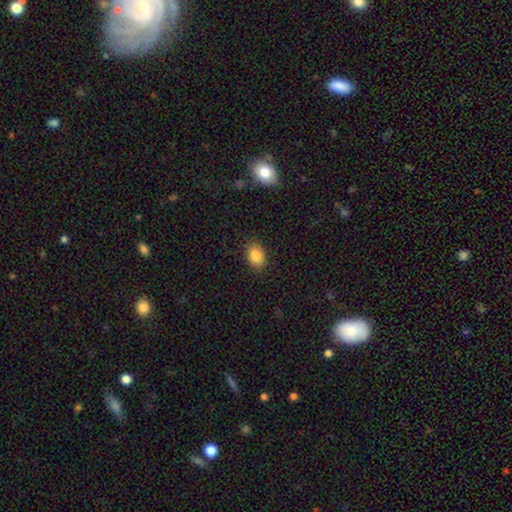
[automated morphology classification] Smooth or featured? Predicted: smooth (p=0.86). How rounded? Predicted: in between (p=0.77). Merging? Predicted: none (p=0.87).